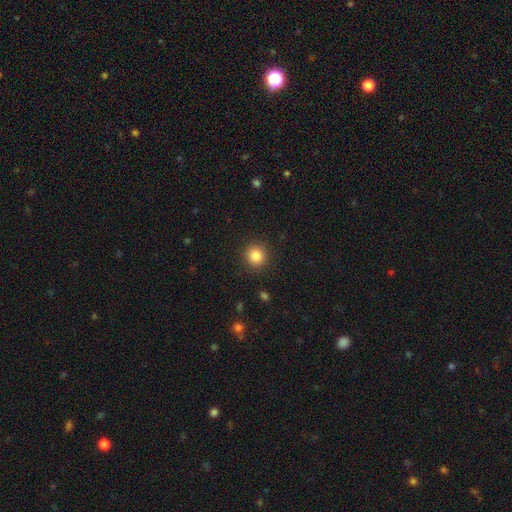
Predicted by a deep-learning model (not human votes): This appears to be a smooth galaxy with no disk features (85%) that is round (90%). Merging: none (90%).